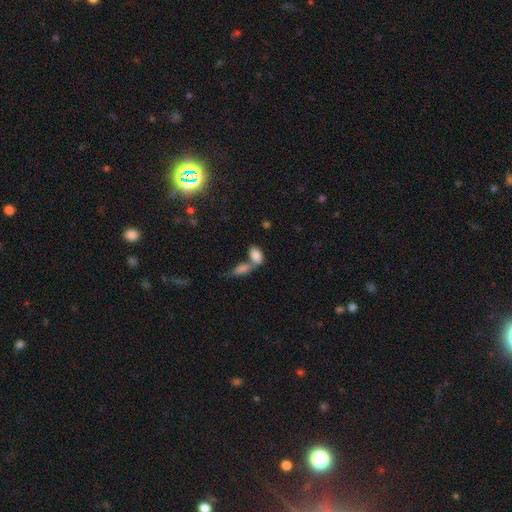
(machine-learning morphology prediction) The model was most divided on "merging": merger: 54%, none: 32%, minor disturbance: 9%, major disturbance: 4%. More confident: how rounded — in between (89%); smooth or featured — smooth (83%).